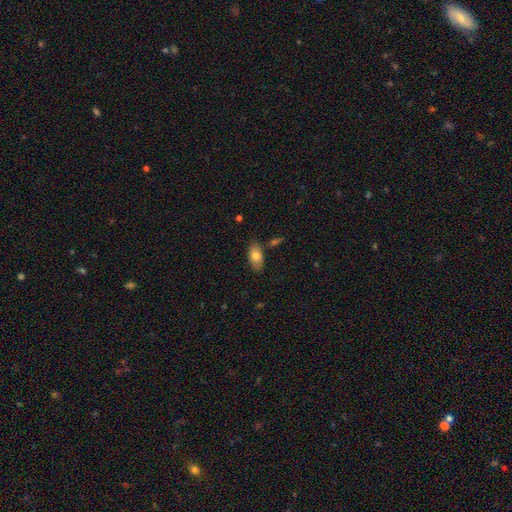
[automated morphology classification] A smooth galaxy with no disk features (79%) that is in between round and cigar-shaped (92%). Merging: none (79%).